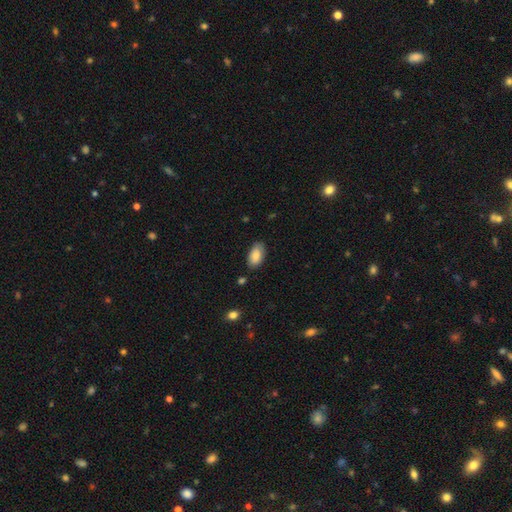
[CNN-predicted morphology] Q: Smooth or featured?
A: smooth (86%); runner-up: featured or disk (7%)
Q: How rounded?
A: in between (94%); runner-up: round (3%)
Q: Merging?
A: none (82%); runner-up: minor disturbance (13%)